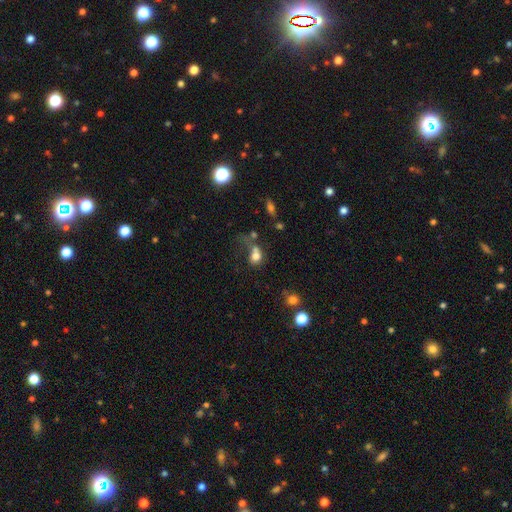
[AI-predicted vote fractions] smooth 73%, featured or disk 14%, star or artifact 13%. Down the decision tree: how rounded — round (55%); merging — merger (36%).